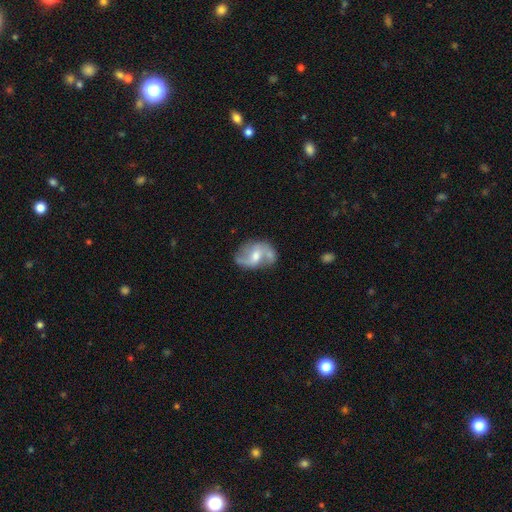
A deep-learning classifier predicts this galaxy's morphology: This appears to be a featured or disk galaxy (74%) with a weak bar (49%), 2 (84%) loose (51%) spiral arms (86%) and a moderate central bulge (59%). Merging: none (52%).